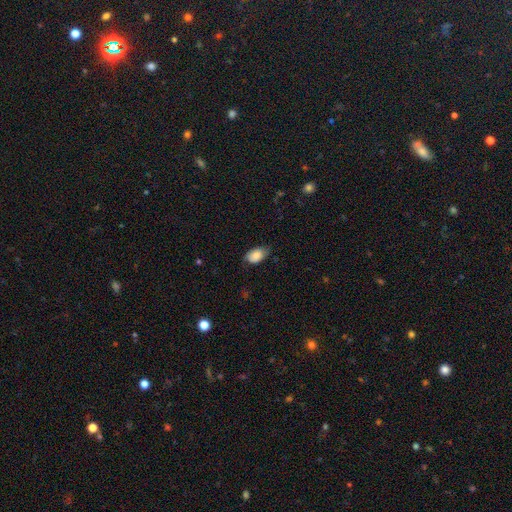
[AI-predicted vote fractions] This is clearly a smooth galaxy (83%). How rounded: clearly in between (91%). Merging: likely none (64%).